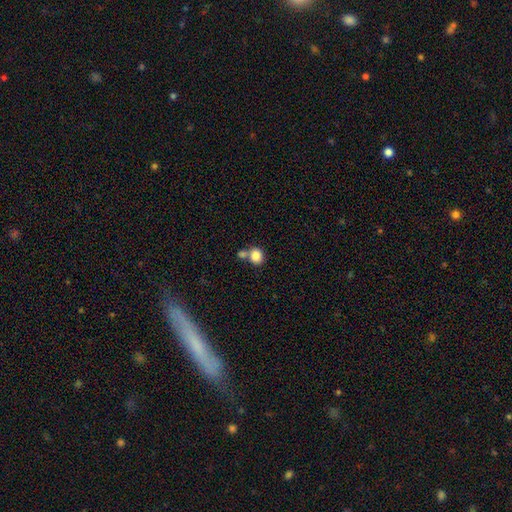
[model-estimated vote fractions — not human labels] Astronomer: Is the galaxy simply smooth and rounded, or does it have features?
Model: smooth — 85%.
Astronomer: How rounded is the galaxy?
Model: round — 68%.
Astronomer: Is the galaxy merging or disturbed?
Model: none — 49% (runner-up: merger, 37%).